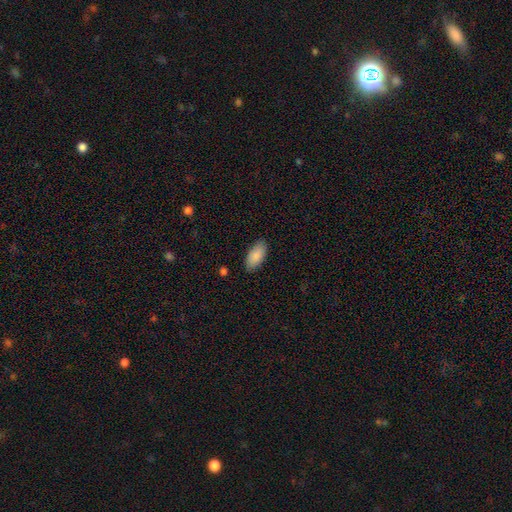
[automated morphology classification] smooth 88%, star or artifact 6%, featured or disk 6%. Down the decision tree: how rounded — in between (93%); merging — none (86%).